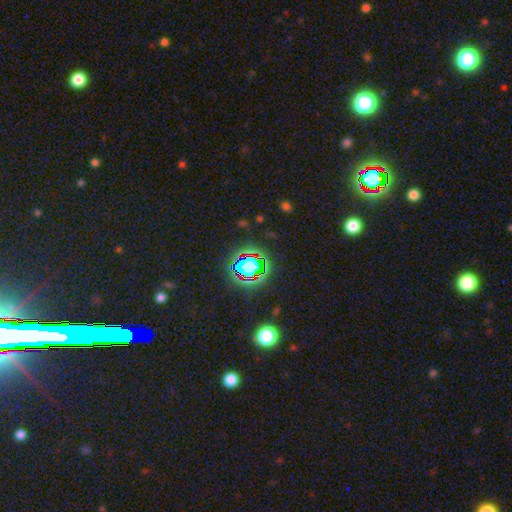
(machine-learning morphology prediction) star or artifact 75%, smooth 15%, featured or disk 9%.